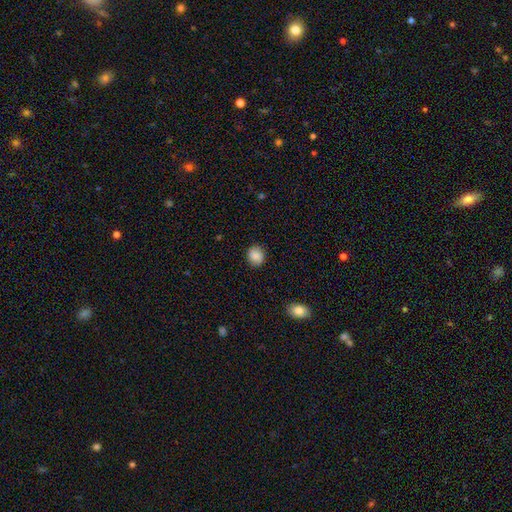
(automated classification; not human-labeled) Q: Smooth or featured?
A: smooth (87%); runner-up: star or artifact (8%)
Q: How rounded?
A: round (73%); runner-up: in between (26%)
Q: Merging?
A: none (88%); runner-up: minor disturbance (9%)